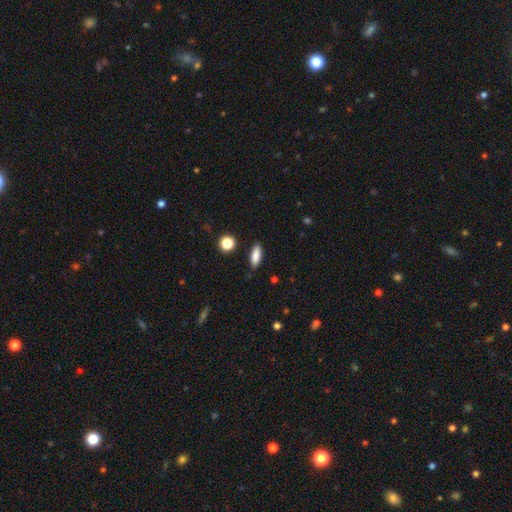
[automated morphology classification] This appears to be a smooth galaxy with no disk features (85%) that is in between round and cigar-shaped (60%). Merging: none (87%).